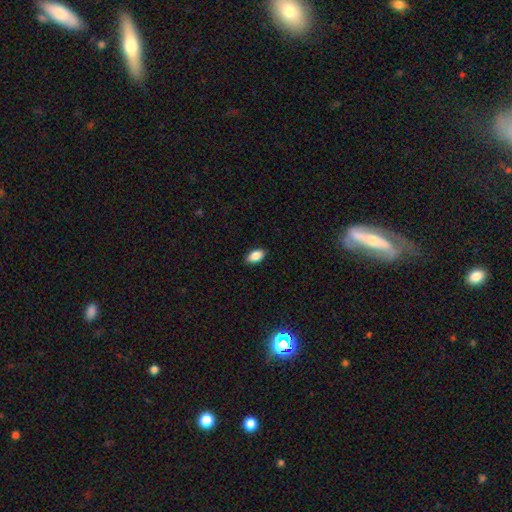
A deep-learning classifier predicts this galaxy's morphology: A smooth galaxy with no disk features (87%) that is in between round and cigar-shaped (92%). Merging: none (86%).